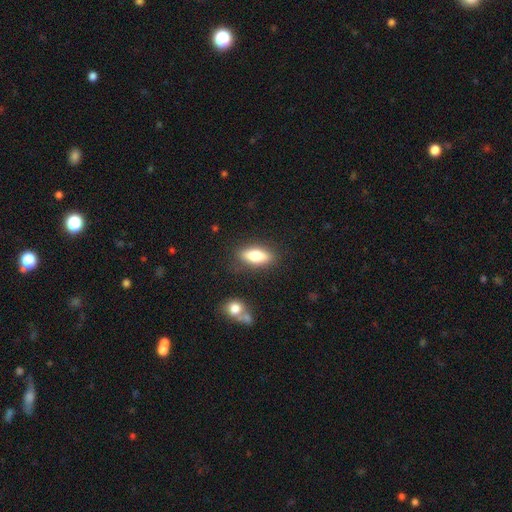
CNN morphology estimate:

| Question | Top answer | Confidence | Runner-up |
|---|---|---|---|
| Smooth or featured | smooth | 71% | featured or disk (22%) |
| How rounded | in between | 70% | cigar-shaped (27%) |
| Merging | none | 83% | minor disturbance (11%) |